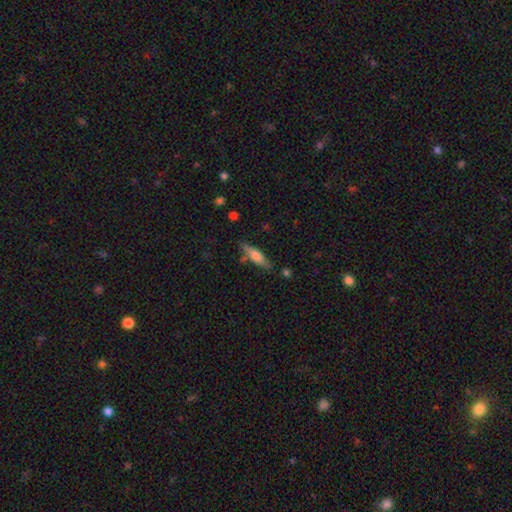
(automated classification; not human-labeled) smooth 61%, featured or disk 32%, star or artifact 7%. Down the decision tree: how rounded — cigar-shaped (67%); merging — none (75%).